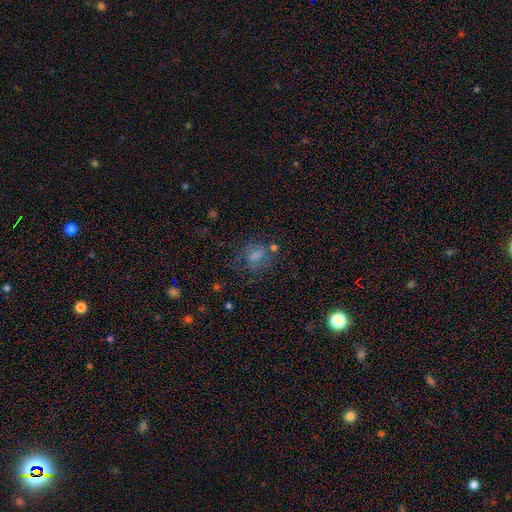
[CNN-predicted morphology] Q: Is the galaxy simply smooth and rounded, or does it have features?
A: smooth — 60%.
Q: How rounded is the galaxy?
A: round — 55%.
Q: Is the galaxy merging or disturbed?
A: none — 47%.